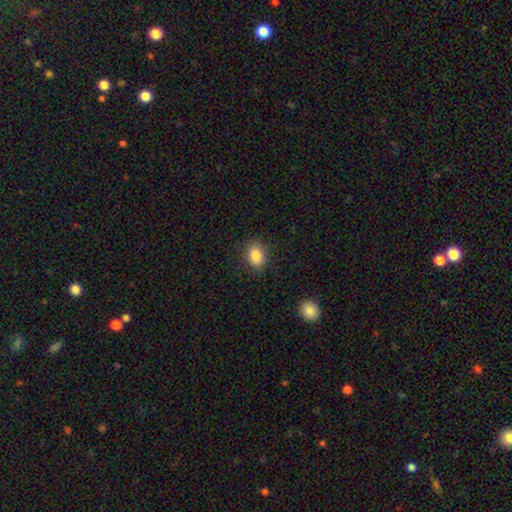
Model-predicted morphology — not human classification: smooth 87%, star or artifact 9%, featured or disk 4%. Down the decision tree: how rounded — in between (69%); merging — none (86%).